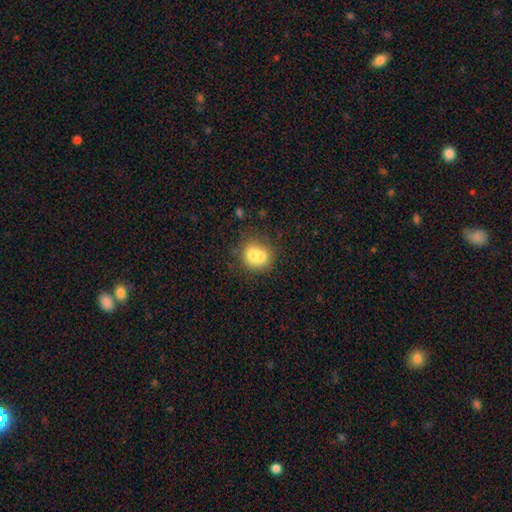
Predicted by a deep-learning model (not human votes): Smooth or featured? smooth (69%)
How rounded? round (75%)
Merging? merger (49%)